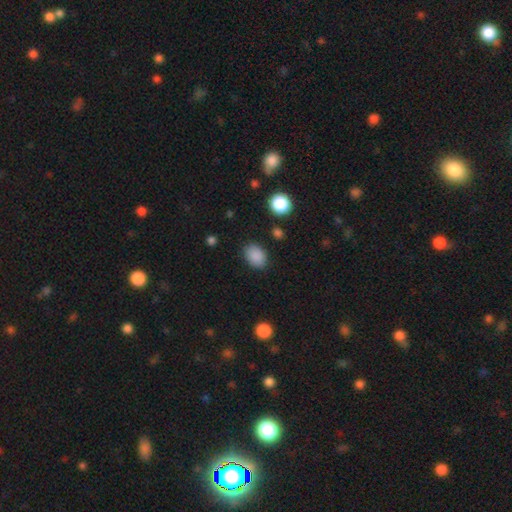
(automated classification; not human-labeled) smooth-or-featured: smooth: 88% | star or artifact: 9% | featured or disk: 3%
  how-rounded: in between: 76% | round: 23% | cigar-shaped: 1%
  merging: none: 85% | minor disturbance: 10% | major disturbance: 3% | merger: 2%